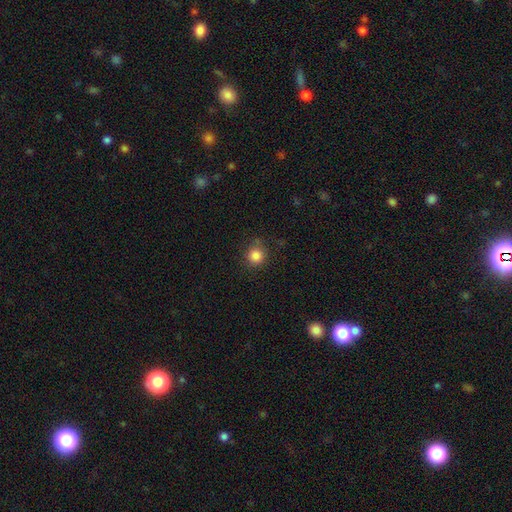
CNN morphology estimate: type=smooth (85%); roundness=round (93%); merging=none (83%).